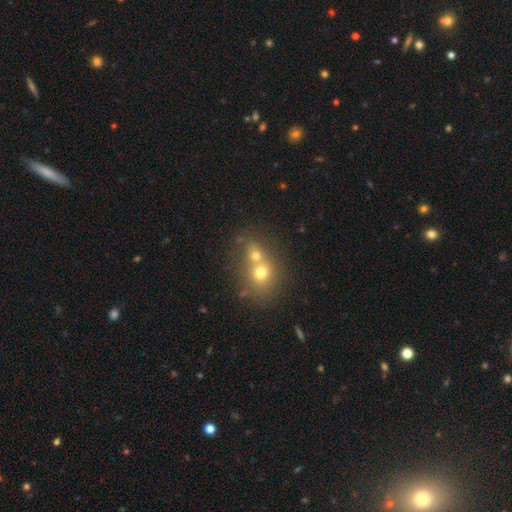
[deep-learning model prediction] Q: Smooth or featured?
A: smooth (65%); runner-up: featured or disk (21%)
Q: How rounded?
A: round (67%); runner-up: in between (32%)
Q: Merging?
A: merger (61%); runner-up: none (29%)